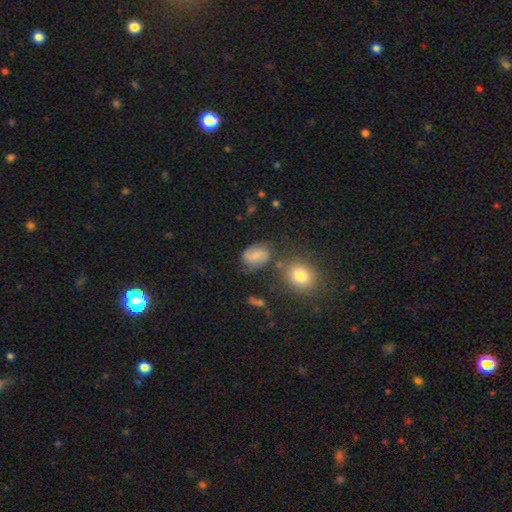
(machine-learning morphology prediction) Q: Smooth or featured?
A: smooth (54%); runner-up: featured or disk (34%)
Q: How rounded?
A: in between (74%); runner-up: round (24%)
Q: Merging?
A: none (64%); runner-up: minor disturbance (21%)